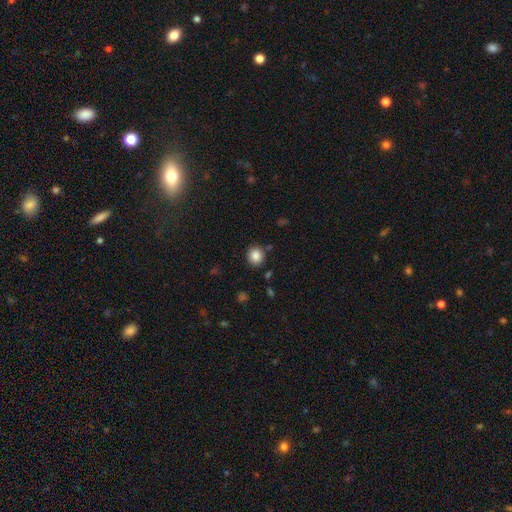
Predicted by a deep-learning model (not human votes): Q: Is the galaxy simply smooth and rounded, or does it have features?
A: smooth — 86%.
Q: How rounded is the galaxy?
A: round — 86%.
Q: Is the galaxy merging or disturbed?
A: none — 85%.